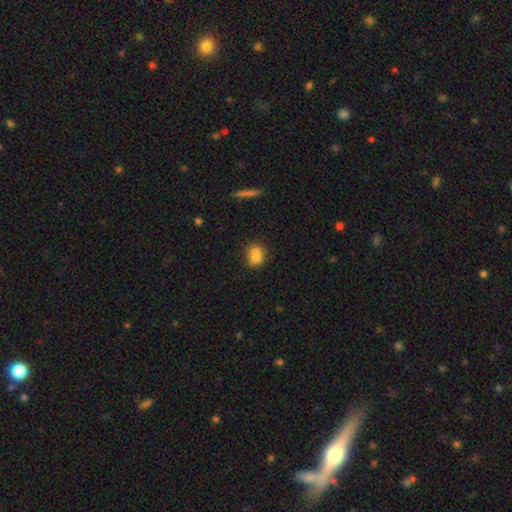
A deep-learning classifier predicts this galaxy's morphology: Smooth or featured: smooth — 75% (featured or disk — 15%)
How rounded: round — 50% (in between — 48%)
Merging: merger — 43% (none — 40%)